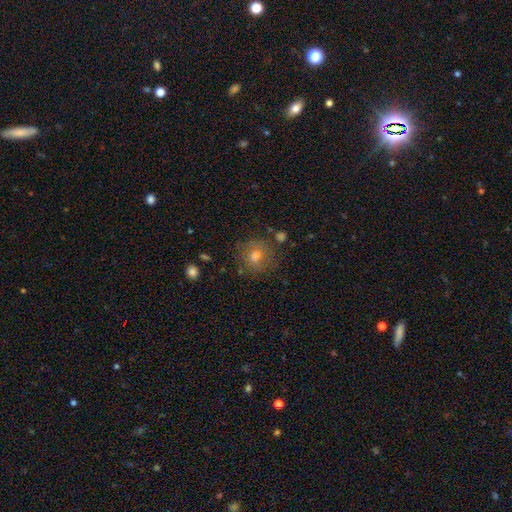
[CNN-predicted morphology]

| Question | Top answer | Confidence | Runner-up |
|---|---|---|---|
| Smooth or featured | smooth | 59% | featured or disk (23%) |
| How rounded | round | 85% | in between (14%) |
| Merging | none | 77% | minor disturbance (14%) |